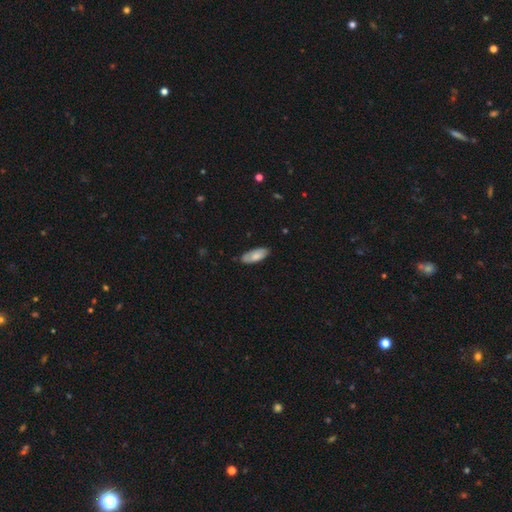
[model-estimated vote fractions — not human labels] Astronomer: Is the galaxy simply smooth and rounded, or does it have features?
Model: smooth — 72%.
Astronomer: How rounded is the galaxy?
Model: in between — 84%.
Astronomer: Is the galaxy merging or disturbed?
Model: none — 81%.